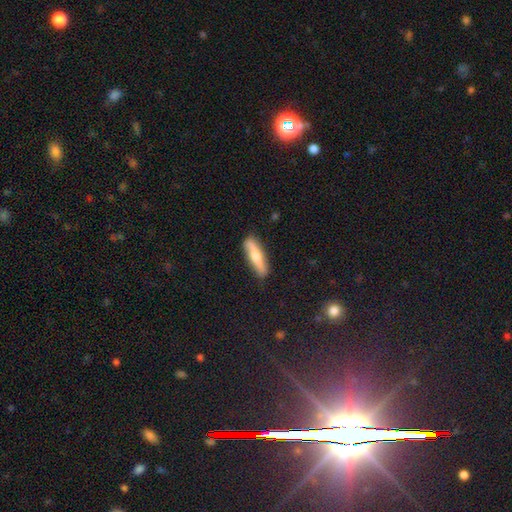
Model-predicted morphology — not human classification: Smooth or featured?
  - smooth: 52% *
  - featured or disk: 42%
  - star or artifact: 6%
How rounded?
  - cigar-shaped: 76% *
  - in between: 21%
  - round: 2%
Merging?
  - none: 84% *
  - minor disturbance: 12%
  - major disturbance: 3%
  - merger: 2%